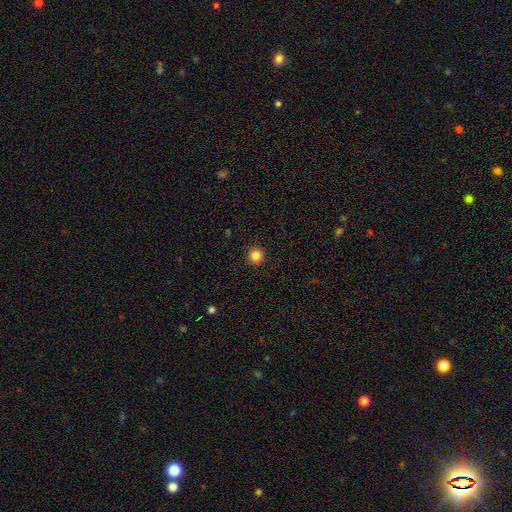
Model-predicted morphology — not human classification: Smooth or featured? Predicted: smooth (p=0.84). How rounded? Predicted: round (p=0.95). Merging? Predicted: none (p=0.90).